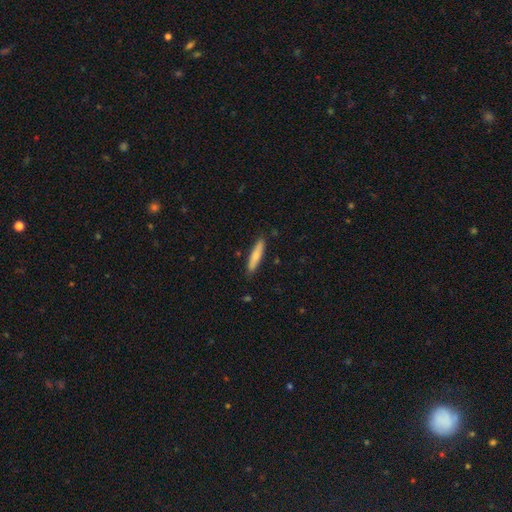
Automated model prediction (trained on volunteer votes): A smooth galaxy with no disk features (71%) that is cigar-shaped (85%).

Vote fractions:
- Smooth or featured? smooth: 71% / featured or disk: 23% / star or artifact: 6%
- How rounded? cigar-shaped: 85% / in between: 14% / round: 1%
- Merging? none: 87% / minor disturbance: 10% / major disturbance: 2% / merger: 1%